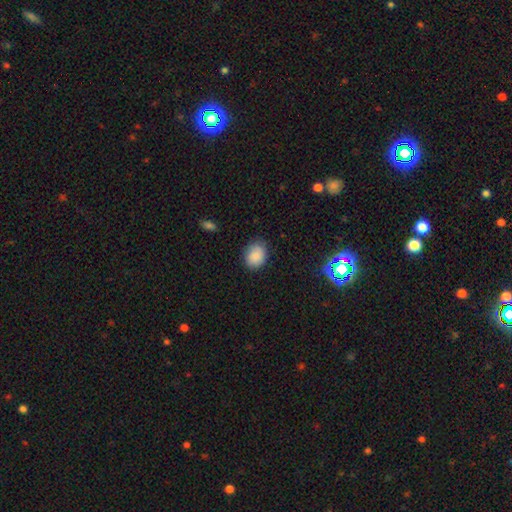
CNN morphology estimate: smooth_or_featured: smooth (p=0.87) [alt: star or artifact p=0.09]
how_rounded: round (p=0.50) [alt: in between p=0.49]
merging: none (p=0.77) [alt: minor disturbance p=0.18]